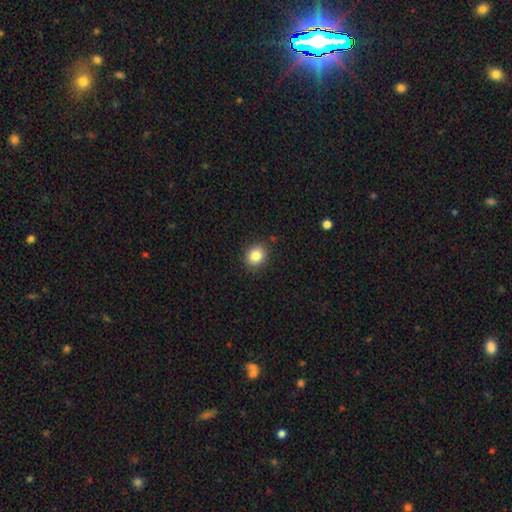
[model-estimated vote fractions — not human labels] Q: Smooth or featured?
A: smooth (84%); runner-up: star or artifact (10%)
Q: How rounded?
A: round (66%); runner-up: in between (33%)
Q: Merging?
A: none (88%); runner-up: minor disturbance (8%)